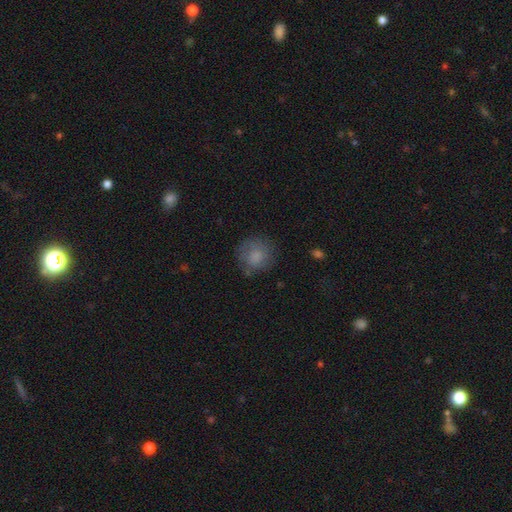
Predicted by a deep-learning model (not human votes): Smooth or featured? Predicted: smooth (p=0.77). How rounded? Predicted: round (p=0.86). Merging? Predicted: none (p=0.71).